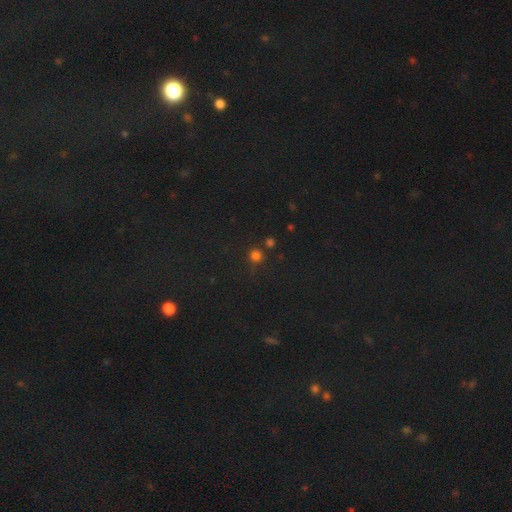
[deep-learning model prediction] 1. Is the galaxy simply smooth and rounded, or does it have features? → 72% smooth, 23% star or artifact, 5% featured or disk.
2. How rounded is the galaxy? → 91% round, 8% in between, 1% cigar-shaped.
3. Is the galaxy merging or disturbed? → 77% none, 10% minor disturbance, 8% merger, 4% major disturbance.